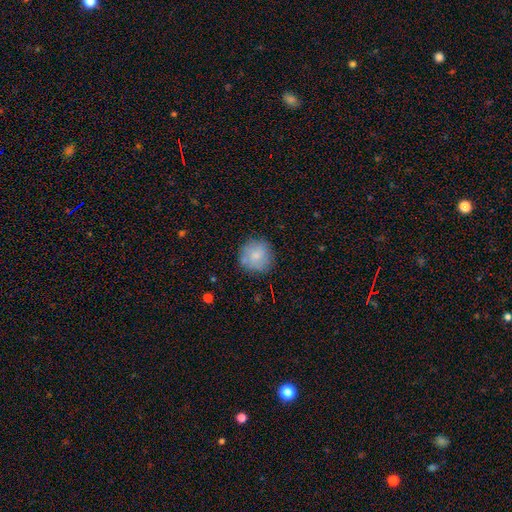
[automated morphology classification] Smooth or featured? smooth (76%)
How rounded? round (93%)
Merging? none (78%)